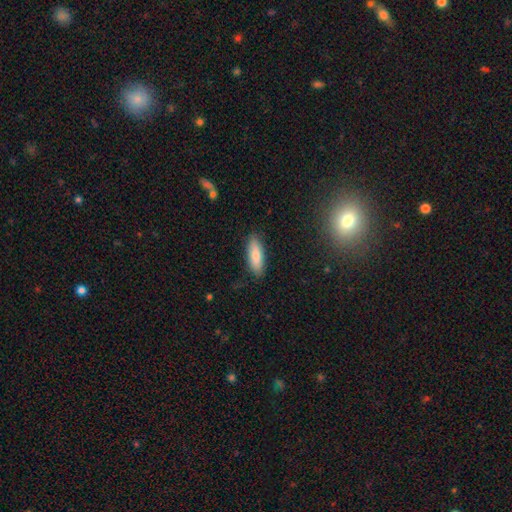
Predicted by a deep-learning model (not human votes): The model was most divided on "how rounded": in between: 62%, cigar-shaped: 36%, round: 2%. More confident: merging — none (86%); smooth or featured — smooth (82%).